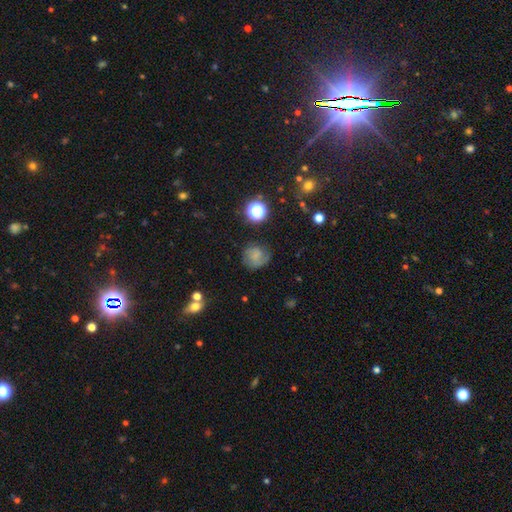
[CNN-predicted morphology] smooth-or-featured: smooth: 57% | featured or disk: 27% | star or artifact: 15%
  how-rounded: round: 81% | in between: 18% | cigar-shaped: 1%
  merging: none: 64% | minor disturbance: 22% | major disturbance: 12% | merger: 2%